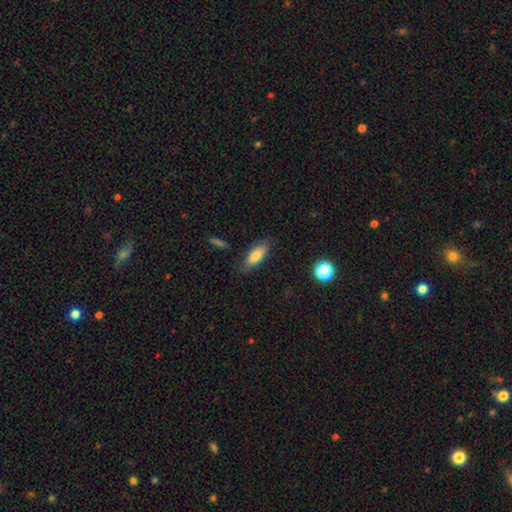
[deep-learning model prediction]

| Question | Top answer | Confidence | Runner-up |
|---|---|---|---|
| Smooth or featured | smooth | 79% | featured or disk (14%) |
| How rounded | in between | 73% | cigar-shaped (24%) |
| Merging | none | 81% | minor disturbance (14%) |